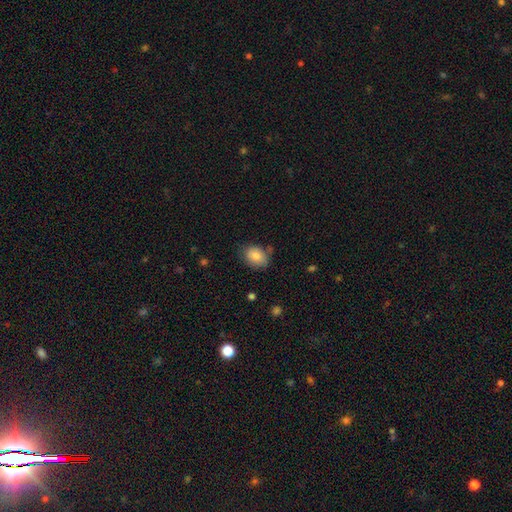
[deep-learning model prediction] A smooth galaxy with no disk features (82%) that is in between round and cigar-shaped (63%).

Vote fractions:
- Smooth or featured? smooth: 82% / featured or disk: 10% / star or artifact: 8%
- How rounded? in between: 63% / round: 36% / cigar-shaped: 1%
- Merging? none: 71% / minor disturbance: 21% / major disturbance: 5% / merger: 3%